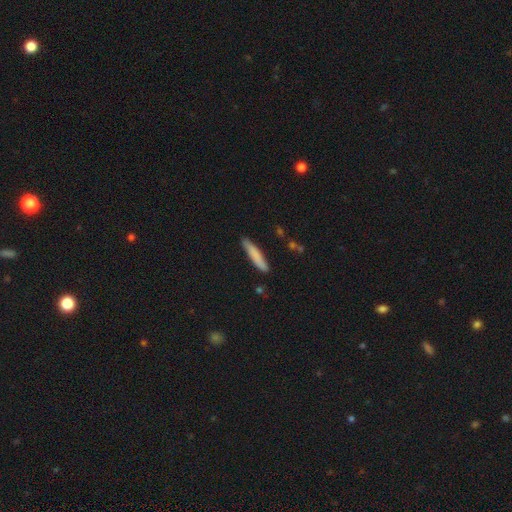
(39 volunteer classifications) smooth 87%, featured or disk 8%, star or artifact 5%. Down the decision tree: how rounded — cigar-shaped (94%); merging — none (78%).